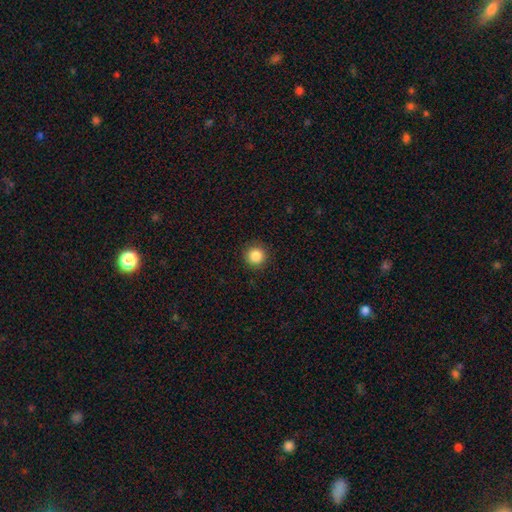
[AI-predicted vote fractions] Smooth or featured?
  - smooth: 86% *
  - star or artifact: 10%
  - featured or disk: 4%
How rounded?
  - round: 95% *
  - in between: 4%
  - cigar-shaped: 1%
Merging?
  - none: 91% *
  - minor disturbance: 6%
  - major disturbance: 2%
  - merger: 1%